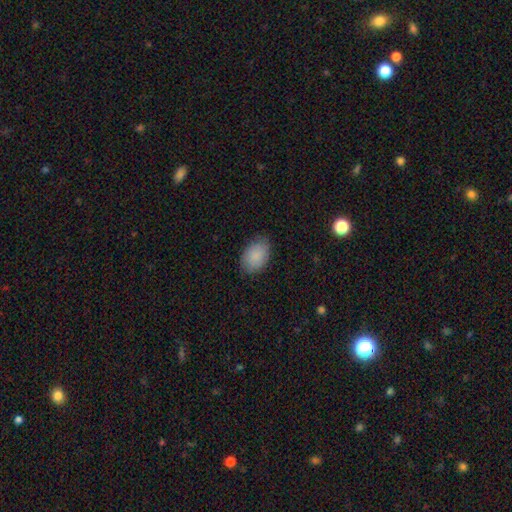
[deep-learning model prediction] Smooth or featured?
  - smooth: 88% *
  - star or artifact: 6%
  - featured or disk: 6%
How rounded?
  - in between: 86% *
  - round: 13%
  - cigar-shaped: 1%
Merging?
  - none: 81% *
  - minor disturbance: 15%
  - major disturbance: 3%
  - merger: 1%